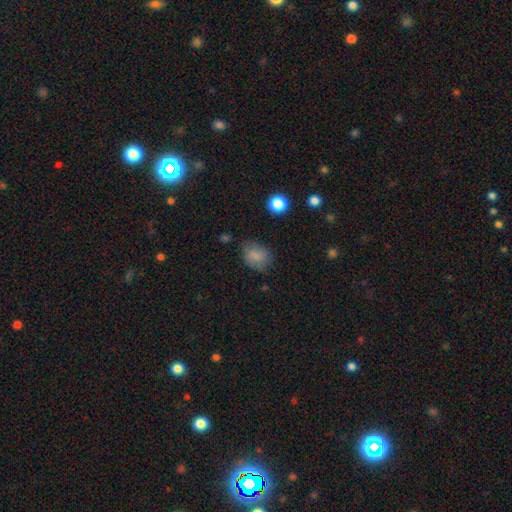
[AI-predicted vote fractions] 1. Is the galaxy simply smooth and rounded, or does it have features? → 79% smooth, 11% featured or disk, 10% star or artifact.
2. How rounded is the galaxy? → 60% in between, 38% round, 1% cigar-shaped.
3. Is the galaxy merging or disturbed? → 66% none, 24% minor disturbance, 8% major disturbance, 2% merger.